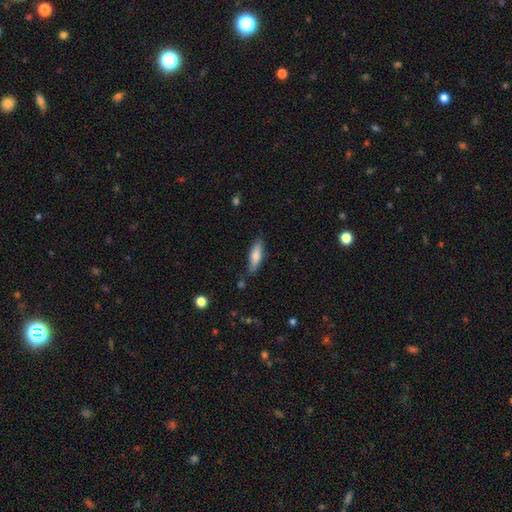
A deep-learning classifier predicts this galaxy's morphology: The model was most divided on "how rounded": cigar-shaped: 54%, in between: 44%, round: 2%. More confident: merging — none (77%); smooth or featured — smooth (74%).